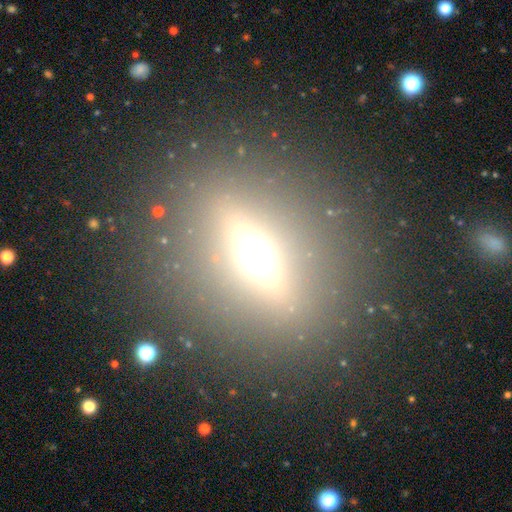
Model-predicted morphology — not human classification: This is marginally a featured or disk galaxy (41%). Merging: likely none (80%).